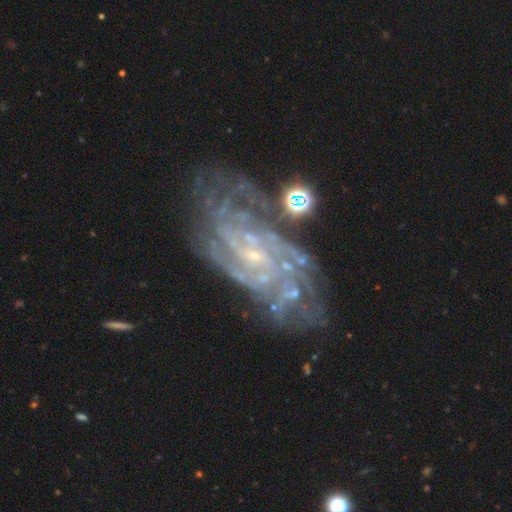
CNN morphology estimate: Smooth or featured? Predicted: featured or disk (p=0.87). Edge-on disk? Predicted: no (p=0.96). Bar? Predicted: no (p=0.50). Spiral arms? Predicted: yes (p=0.95). Spiral winding? Predicted: tight (p=0.64). Spiral arm count? Predicted: can't tell (p=0.34). Bulge size? Predicted: small (p=0.77). Merging? Predicted: none (p=0.66).